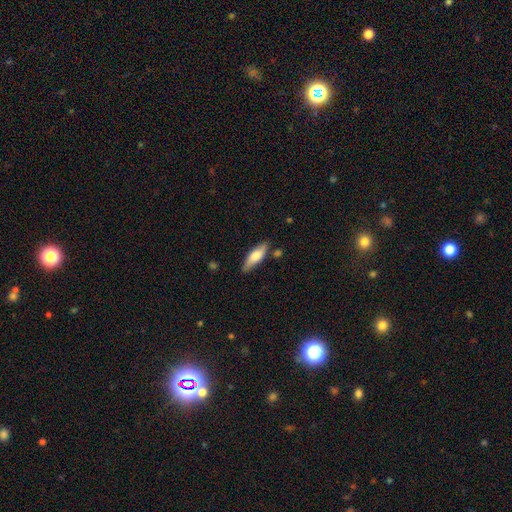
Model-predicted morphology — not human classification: This appears to be a smooth galaxy with no disk features (65%) that is in between round and cigar-shaped (52%). Merging: none (80%).